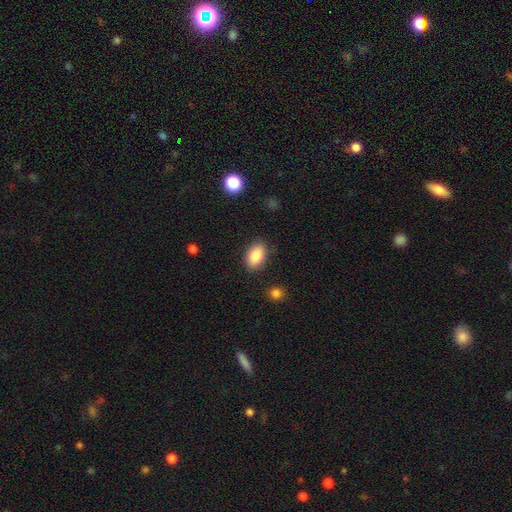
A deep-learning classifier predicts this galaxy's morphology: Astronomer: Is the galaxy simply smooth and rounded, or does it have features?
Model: smooth — 86%.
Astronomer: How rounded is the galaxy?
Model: in between — 90%.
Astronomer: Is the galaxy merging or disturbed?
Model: none — 85%.